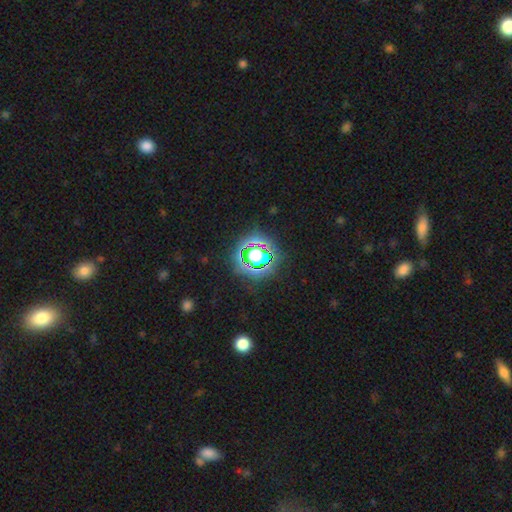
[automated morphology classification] star or artifact 60%, smooth 27%, featured or disk 13%.